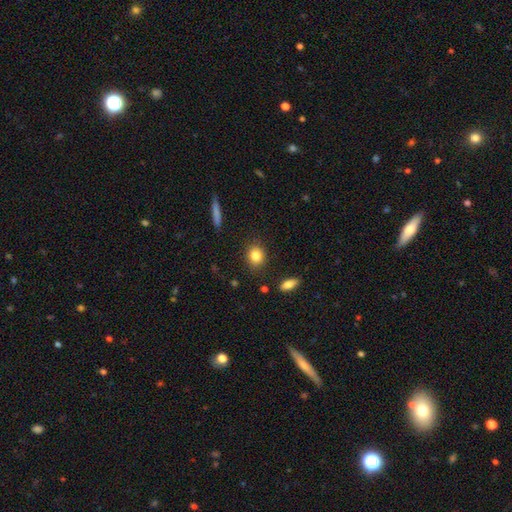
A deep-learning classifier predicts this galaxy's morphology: smooth-or-featured: smooth: 83% | star or artifact: 9% | featured or disk: 8%
  how-rounded: round: 60% | in between: 38% | cigar-shaped: 2%
  merging: none: 86% | minor disturbance: 9% | major disturbance: 2% | merger: 2%